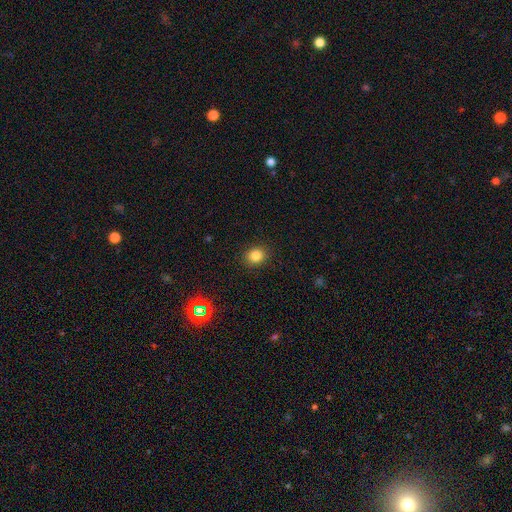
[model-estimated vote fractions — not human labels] smooth_or_featured: smooth (p=0.82) [alt: star or artifact p=0.13]
how_rounded: round (p=0.71) [alt: in between p=0.28]
merging: none (p=0.90) [alt: minor disturbance p=0.07]